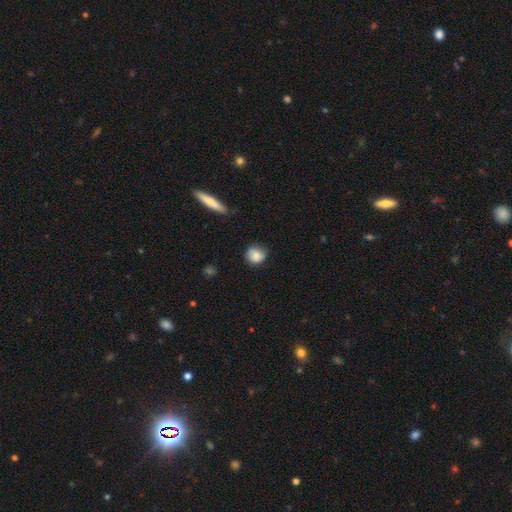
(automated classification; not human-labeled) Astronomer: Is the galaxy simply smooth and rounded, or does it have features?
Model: smooth — 82%.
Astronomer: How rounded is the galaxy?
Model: round — 86%.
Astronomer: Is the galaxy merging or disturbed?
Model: none — 75%.